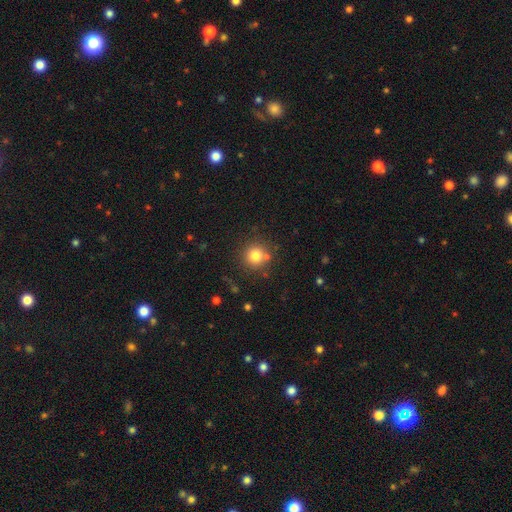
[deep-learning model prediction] smooth_or_featured: smooth (p=0.79) [alt: star or artifact p=0.13]
how_rounded: round (p=0.94) [alt: in between p=0.05]
merging: none (p=0.80) [alt: minor disturbance p=0.09]